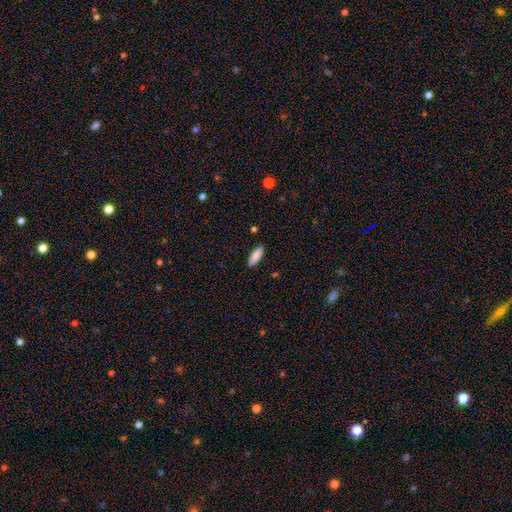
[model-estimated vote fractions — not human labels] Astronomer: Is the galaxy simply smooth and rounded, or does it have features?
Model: smooth — 87%.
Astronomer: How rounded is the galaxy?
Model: in between — 70%.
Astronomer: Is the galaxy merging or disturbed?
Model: none — 88%.